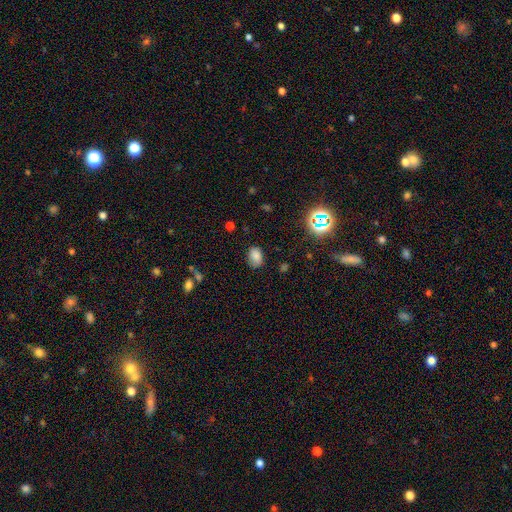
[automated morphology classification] Q: Smooth or featured?
A: smooth (81%); runner-up: star or artifact (13%)
Q: How rounded?
A: in between (80%); runner-up: round (19%)
Q: Merging?
A: none (76%); runner-up: minor disturbance (18%)